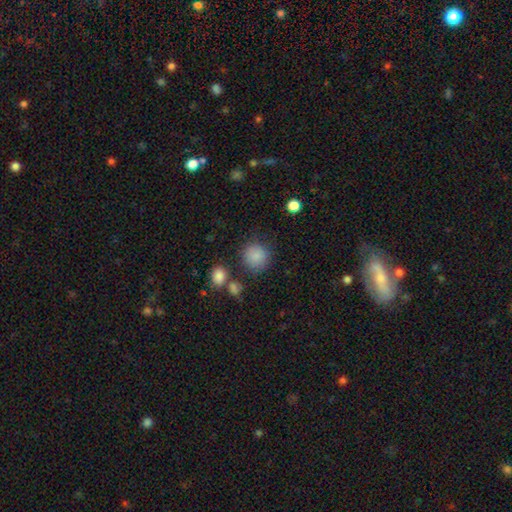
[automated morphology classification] A smooth galaxy with no disk features (85%) that is round (90%). Merging: none (78%).